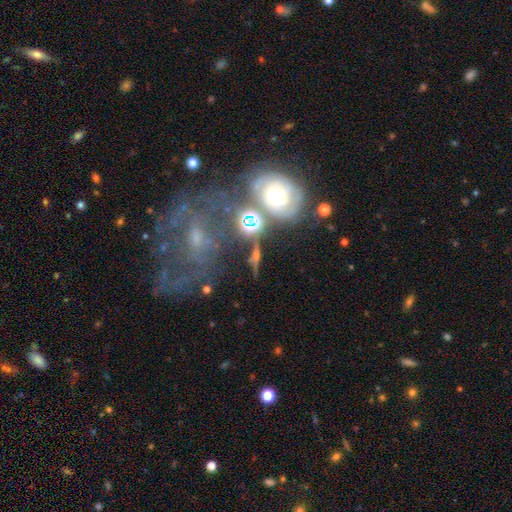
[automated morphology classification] A featured or disk galaxy (39%). Merging: none (67%).